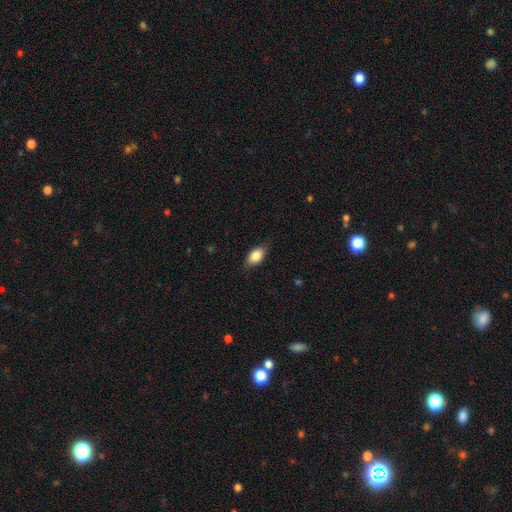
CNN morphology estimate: A smooth galaxy with no disk features (82%) that is in between round and cigar-shaped (88%). Merging: none (77%).